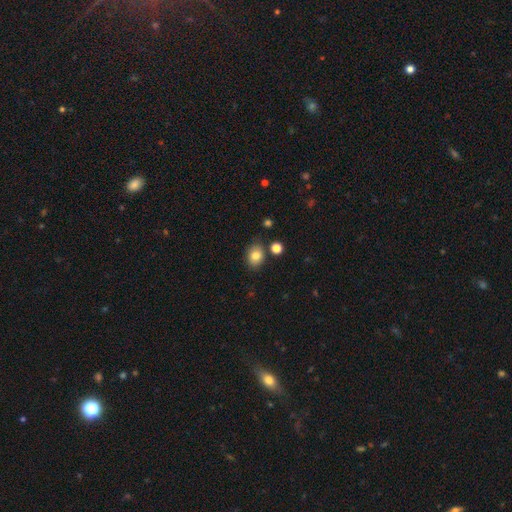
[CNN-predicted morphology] A smooth galaxy with no disk features (82%) that is in between round and cigar-shaped (63%).

Vote fractions:
- Smooth or featured? smooth: 82% / star or artifact: 10% / featured or disk: 9%
- How rounded? in between: 63% / round: 36% / cigar-shaped: 1%
- Merging? none: 80% / minor disturbance: 12% / merger: 5% / major disturbance: 3%